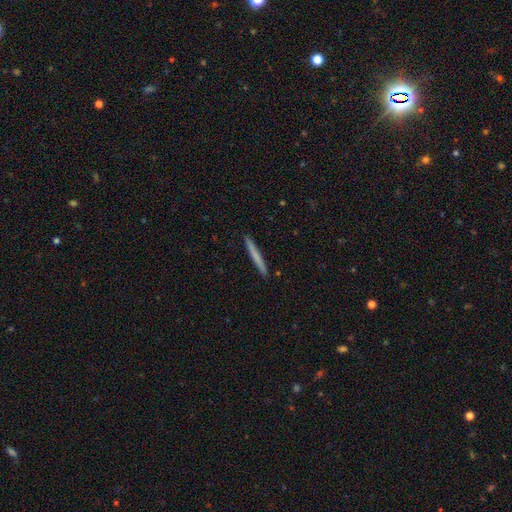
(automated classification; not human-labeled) Morphology: type=smooth (66%); roundness=cigar-shaped (97%); merging=none (93%).